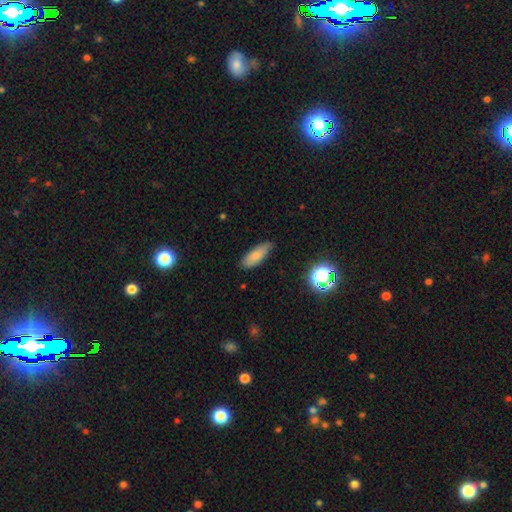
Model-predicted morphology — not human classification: This is likely a smooth galaxy (79%). How rounded: likely in between (71%). Merging: clearly none (80%).